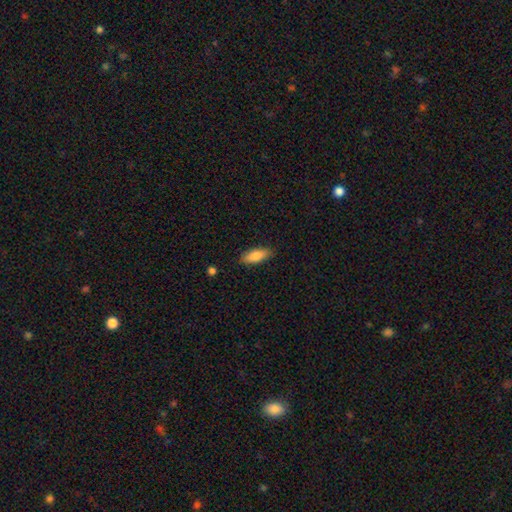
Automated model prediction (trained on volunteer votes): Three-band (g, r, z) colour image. It shows a smooth galaxy with no disk features (83%) that is in between round and cigar-shaped (76%). Merging: none (85%).